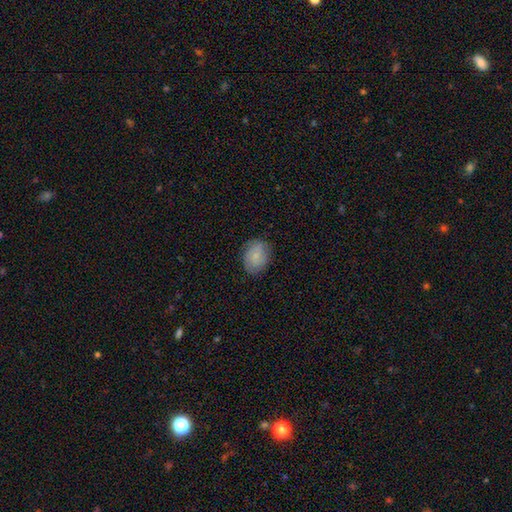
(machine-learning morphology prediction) Smooth or featured: smooth — 60% (featured or disk — 33%)
How rounded: in between — 63% (round — 36%)
Merging: none — 79% (minor disturbance — 16%)